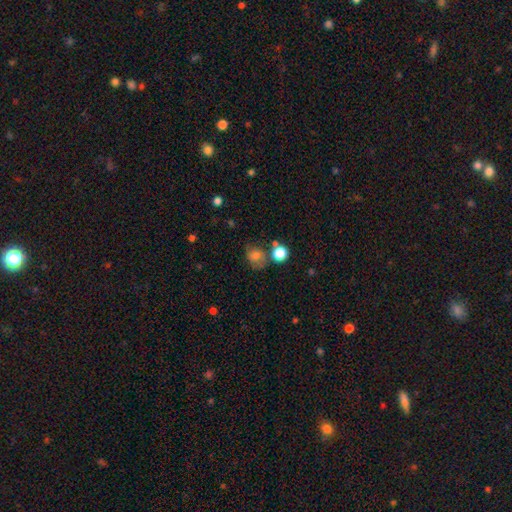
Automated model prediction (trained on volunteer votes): Smooth or featured? Predicted: smooth (p=0.70). How rounded? Predicted: round (p=0.62). Merging? Predicted: none (p=0.54).